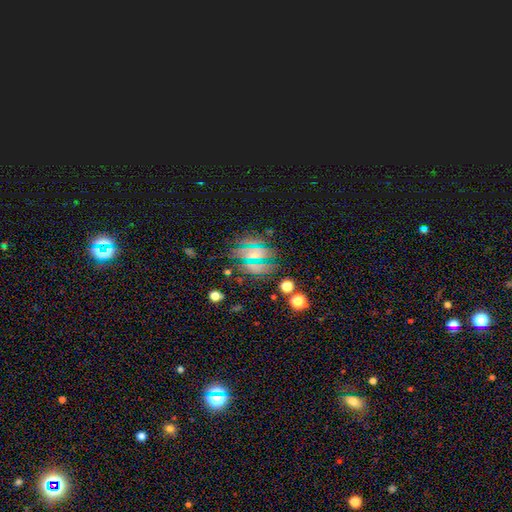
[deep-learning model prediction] smooth 38%, star or artifact 35%, featured or disk 27%. Down the decision tree: merging — none (73%).